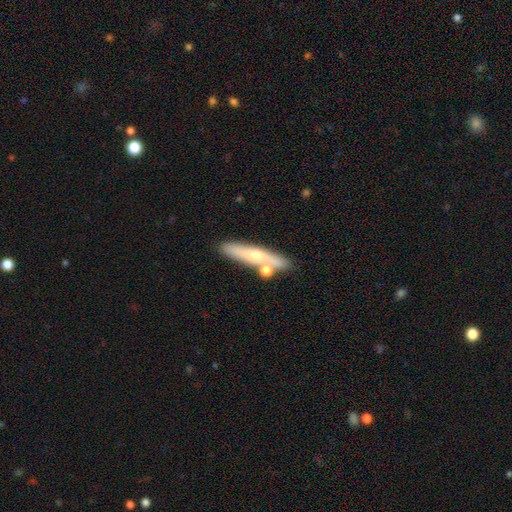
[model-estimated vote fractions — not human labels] Smooth or featured? featured or disk (47%)
Merging? none (70%)